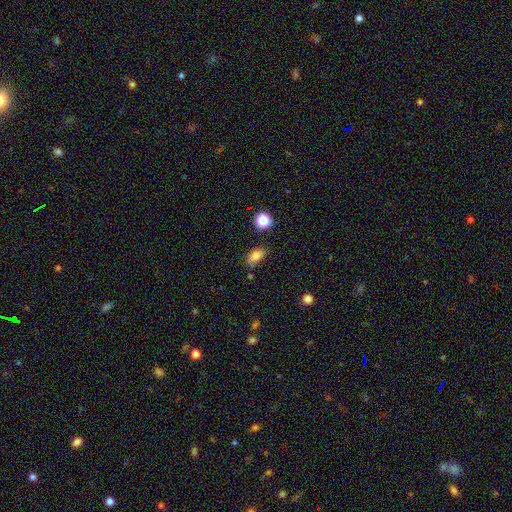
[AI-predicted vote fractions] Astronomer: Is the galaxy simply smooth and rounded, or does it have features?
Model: smooth — 80%.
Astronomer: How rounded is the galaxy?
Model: in between — 86%.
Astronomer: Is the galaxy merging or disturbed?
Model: none — 75%.